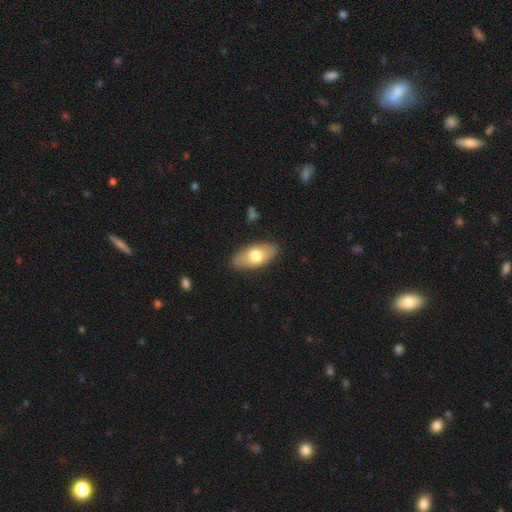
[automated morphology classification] smooth 68%, featured or disk 26%, star or artifact 6%. Down the decision tree: how rounded — in between (89%); merging — none (86%).